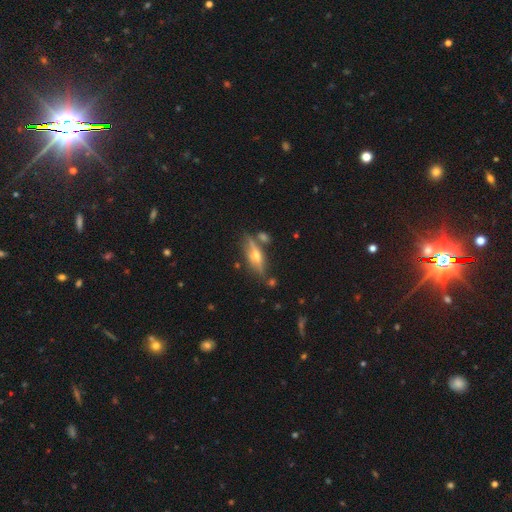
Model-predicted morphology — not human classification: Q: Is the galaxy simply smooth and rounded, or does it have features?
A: featured or disk — 68%.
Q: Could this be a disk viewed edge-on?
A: yes — 93%.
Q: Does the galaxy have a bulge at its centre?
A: rounded — 93%.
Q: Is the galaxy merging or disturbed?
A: none — 76%.